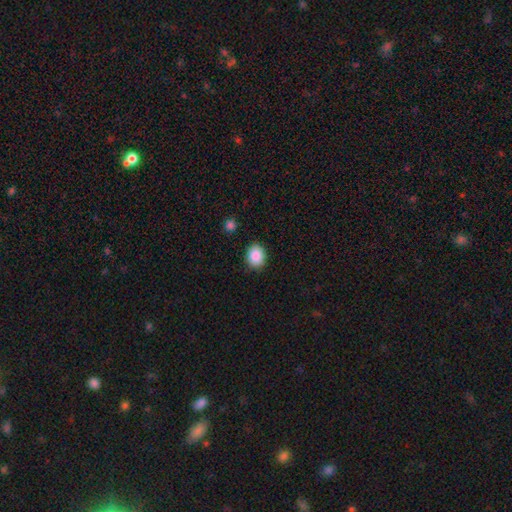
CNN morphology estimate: Q: Smooth or featured?
A: smooth (88%); runner-up: star or artifact (8%)
Q: How rounded?
A: in between (50%); runner-up: round (49%)
Q: Merging?
A: none (86%); runner-up: minor disturbance (10%)